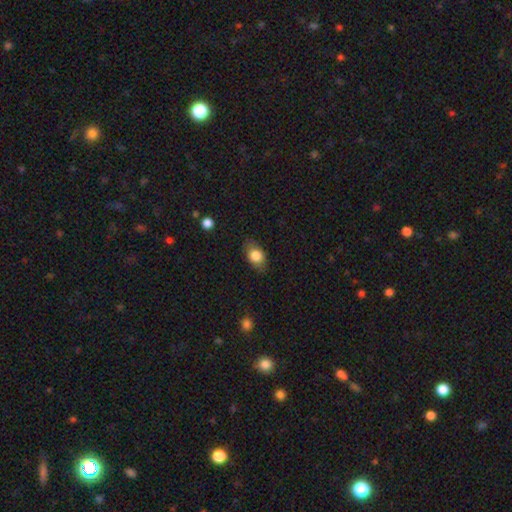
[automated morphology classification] Smooth or featured: smooth — 79% (featured or disk — 13%)
How rounded: in between — 80% (round — 18%)
Merging: none — 80% (minor disturbance — 15%)